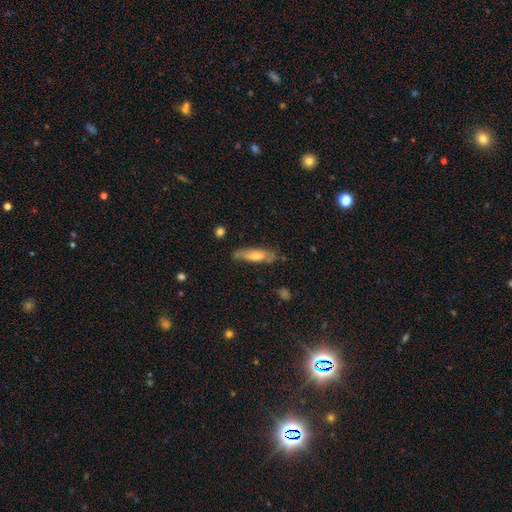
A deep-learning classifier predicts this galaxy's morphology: Overall: smooth (48%; featured or disk 45%). Merging: none (76%).